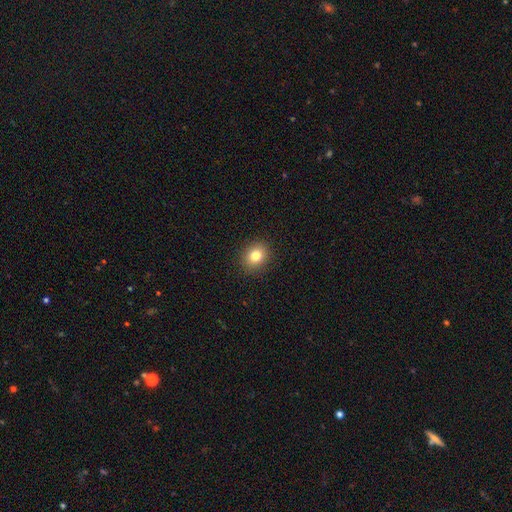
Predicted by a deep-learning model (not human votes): This appears to be a smooth galaxy with no disk features (81%) that is round (65%). Merging: none (90%).